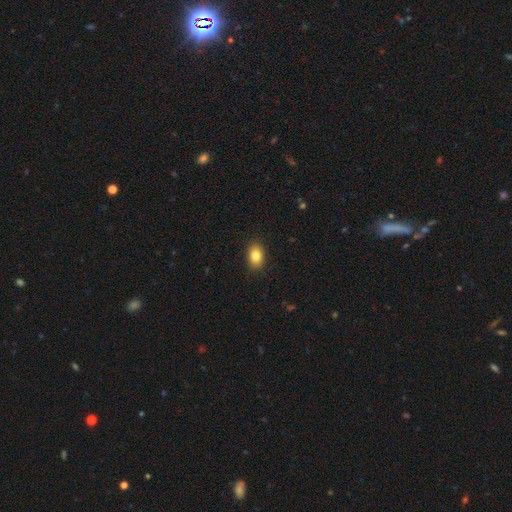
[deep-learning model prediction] smooth 84%, star or artifact 9%, featured or disk 7%. Down the decision tree: how rounded — in between (83%); merging — none (89%).